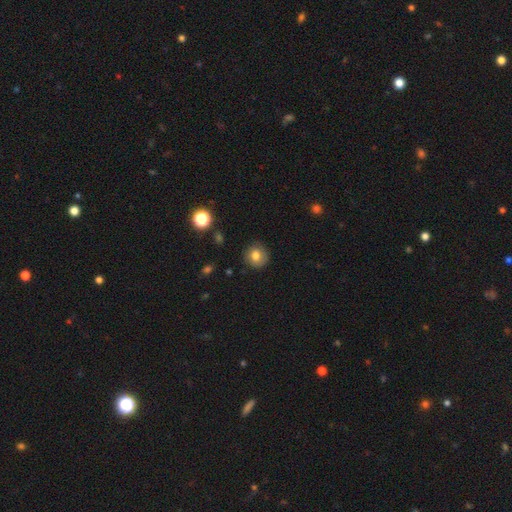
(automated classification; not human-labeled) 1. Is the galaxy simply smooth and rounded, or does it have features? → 77% smooth, 12% featured or disk, 11% star or artifact.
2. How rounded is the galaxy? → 91% round, 8% in between, 1% cigar-shaped.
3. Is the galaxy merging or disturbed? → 87% none, 9% minor disturbance, 2% major disturbance, 1% merger.